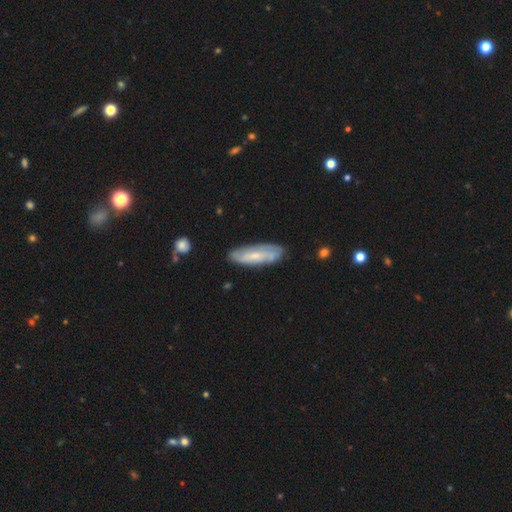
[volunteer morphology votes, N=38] type=featured or disk (63%); edge-on=no (79%); bar=no (63%); spiral arms=yes (84%); winding=tight (62%); arm count=can't tell (56%); bulge=small (58%); merging=none (78%).